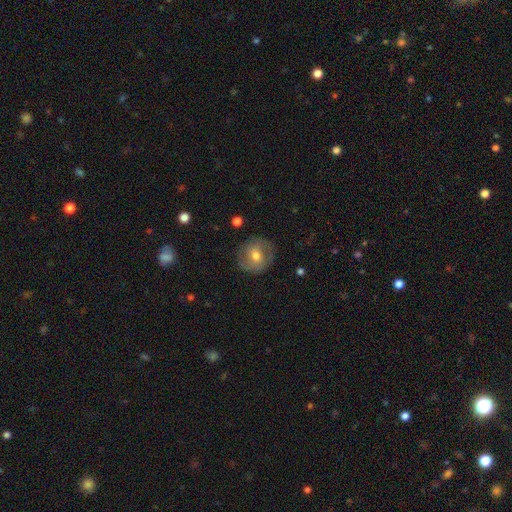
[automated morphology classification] Smooth or featured? Predicted: featured or disk (p=0.47). Merging? Predicted: none (p=0.81).